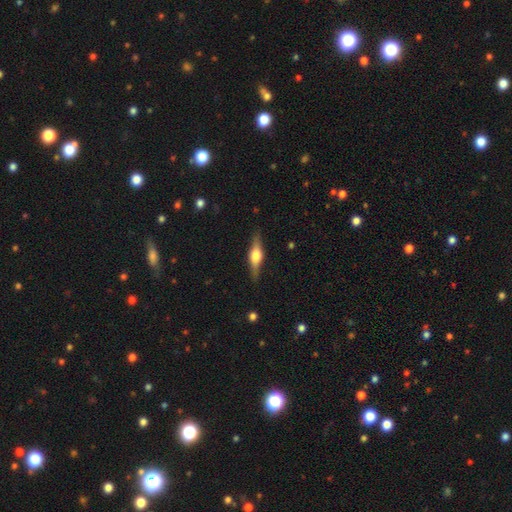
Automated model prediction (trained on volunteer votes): Smooth or featured? Predicted: featured or disk (p=0.66). Edge-on disk? Predicted: yes (p=0.96). Edge-on bulge? Predicted: rounded (p=0.90). Merging? Predicted: none (p=0.87).